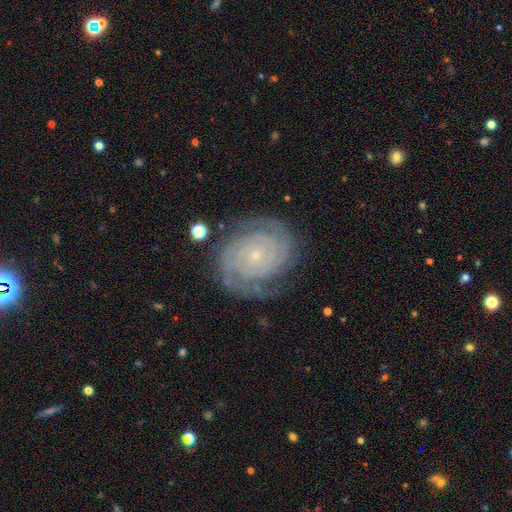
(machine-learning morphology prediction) smooth_or_featured: featured or disk (p=0.90) [alt: star or artifact p=0.06]
disk_edge_on: no (p=0.98) [alt: yes p=0.02]
bar: no (p=0.81) [alt: weak p=0.14]
has_spiral_arms: yes (p=0.98) [alt: no p=0.02]
spiral_winding: tight (p=0.83) [alt: medium p=0.15]
spiral_arm_count: 2 (p=0.44) [alt: 3 p=0.18]
bulge_size: small (p=0.87) [alt: moderate p=0.09]
merging: none (p=0.78) [alt: minor disturbance p=0.15]